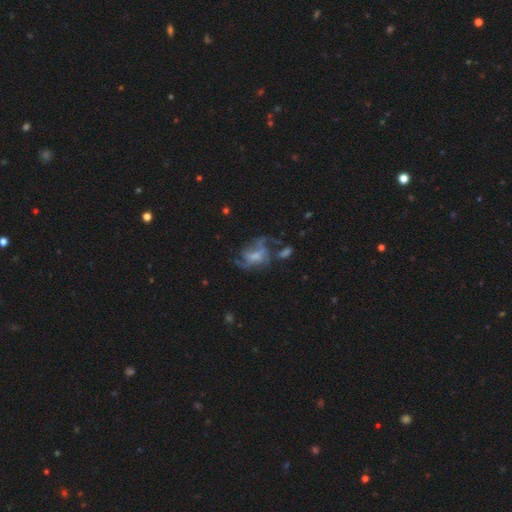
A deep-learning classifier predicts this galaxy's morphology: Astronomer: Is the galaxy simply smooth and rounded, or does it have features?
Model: featured or disk — 68%.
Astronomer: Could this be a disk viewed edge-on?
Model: no — 97%.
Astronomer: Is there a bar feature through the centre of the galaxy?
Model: no — 53% (runner-up: weak, 37%).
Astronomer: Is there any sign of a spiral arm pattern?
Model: yes — 70%.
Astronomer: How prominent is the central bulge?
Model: small — 32% (runner-up: moderate, 30%).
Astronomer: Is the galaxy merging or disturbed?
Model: major disturbance — 42% (runner-up: none, 31%).